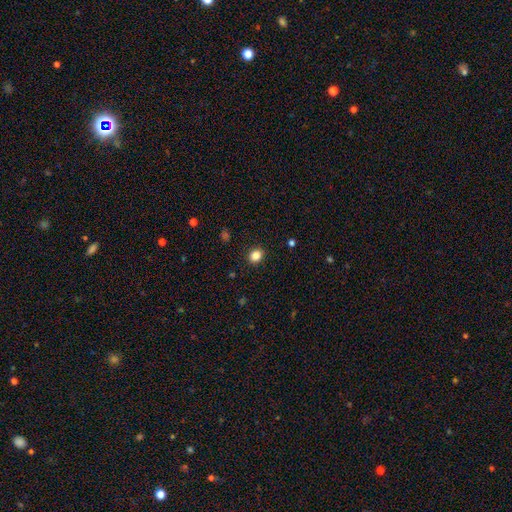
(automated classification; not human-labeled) Morphology: type=smooth (85%); roundness=round (61%); merging=none (91%).